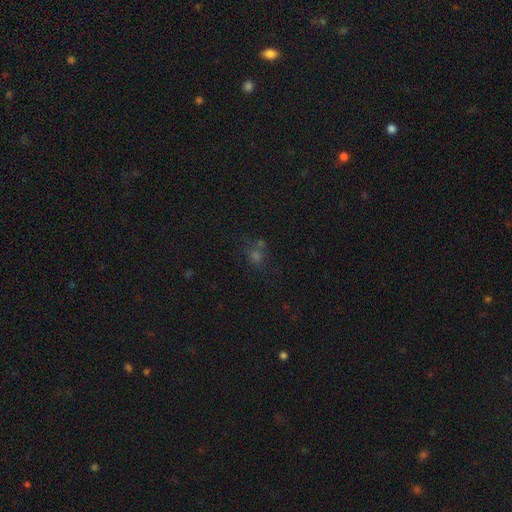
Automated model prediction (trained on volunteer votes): A smooth galaxy with no disk features (47%). Merging: none (58%).